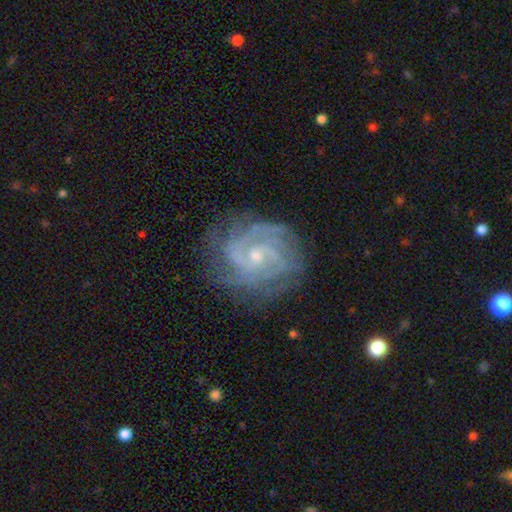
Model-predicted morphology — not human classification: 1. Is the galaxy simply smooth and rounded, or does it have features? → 88% featured or disk, 6% smooth, 6% star or artifact.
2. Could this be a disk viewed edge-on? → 98% no, 2% yes.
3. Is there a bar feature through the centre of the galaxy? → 59% no, 35% weak, 7% strong.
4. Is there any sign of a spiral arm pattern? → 97% yes, 3% no.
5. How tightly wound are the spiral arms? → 67% tight, 28% medium, 4% loose.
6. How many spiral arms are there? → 27% 3, 22% can't tell, 21% 2, 17% 4, 7% more than 4, 6% 1.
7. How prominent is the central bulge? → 67% small, 29% moderate, 2% none, 1% large, 1% dominant.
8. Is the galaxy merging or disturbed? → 78% none, 16% minor disturbance, 6% major disturbance, 1% merger.